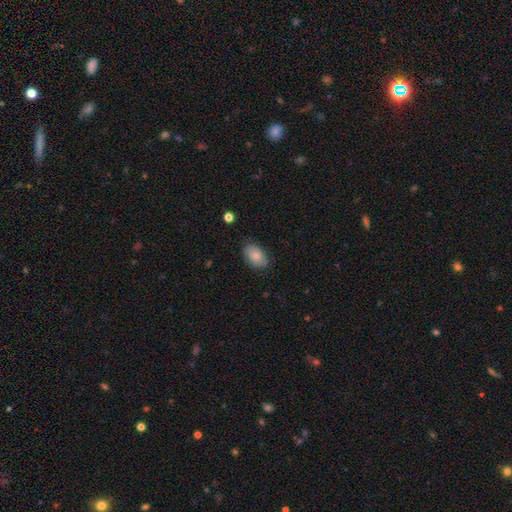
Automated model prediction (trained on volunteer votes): This is likely a smooth galaxy (80%). How rounded: clearly in between (89%). Merging: likely none (79%).